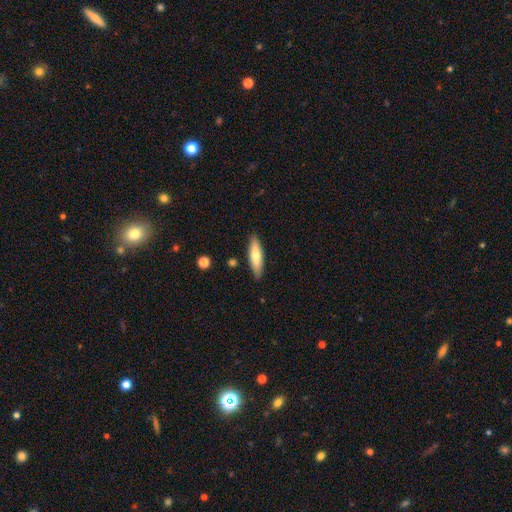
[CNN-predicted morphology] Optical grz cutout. It shows a smooth galaxy with no disk features (68%) that is cigar-shaped (62%). Merging: none (87%).